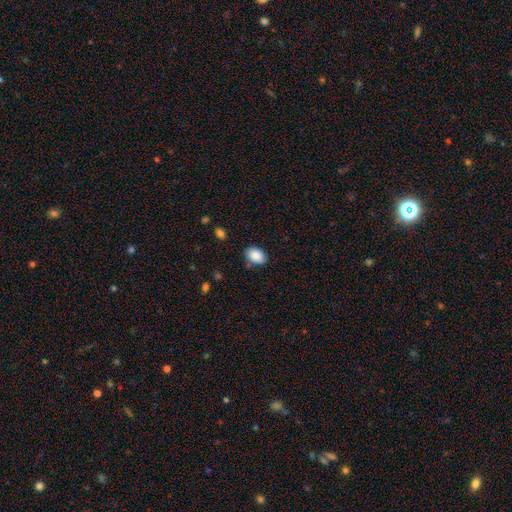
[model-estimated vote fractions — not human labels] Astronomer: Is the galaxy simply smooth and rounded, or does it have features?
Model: smooth — 88%.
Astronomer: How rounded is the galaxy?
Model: in between — 80%.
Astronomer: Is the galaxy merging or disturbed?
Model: none — 81%.